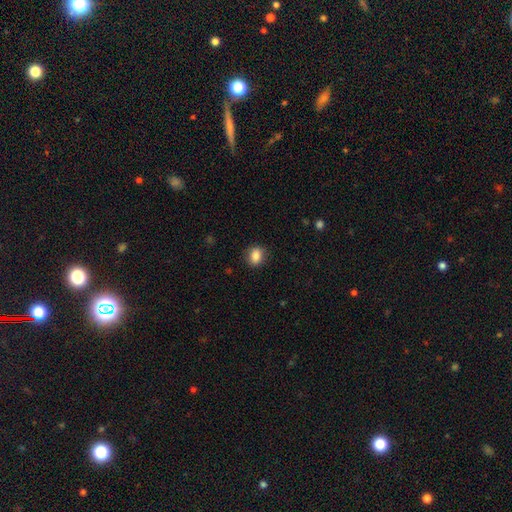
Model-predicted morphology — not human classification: Smooth or featured?
  - smooth: 86% *
  - star or artifact: 9%
  - featured or disk: 5%
How rounded?
  - in between: 52% *
  - round: 47%
  - cigar-shaped: 1%
Merging?
  - none: 85% *
  - minor disturbance: 11%
  - major disturbance: 3%
  - merger: 1%